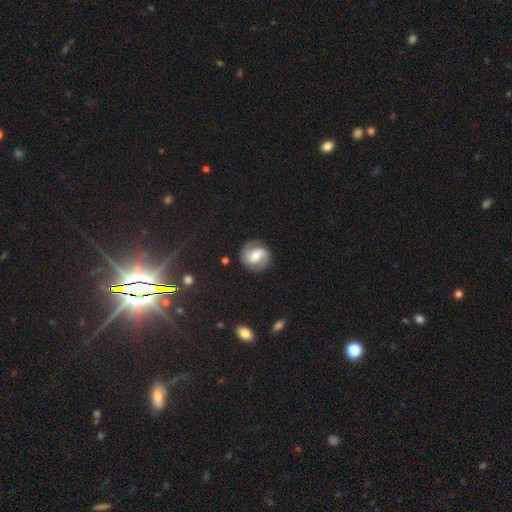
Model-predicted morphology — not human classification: This is clearly a featured or disk galaxy (81%). It is clearly not viewed edge-on (98%). Bar: possibly weak (48%). Spiral arm pattern: clearly yes (95%). Spiral arm count: clearly 2 (90%). Spiral winding: possibly medium (50%). Central bulge: likely moderate (64%). Merging: clearly none (83%).